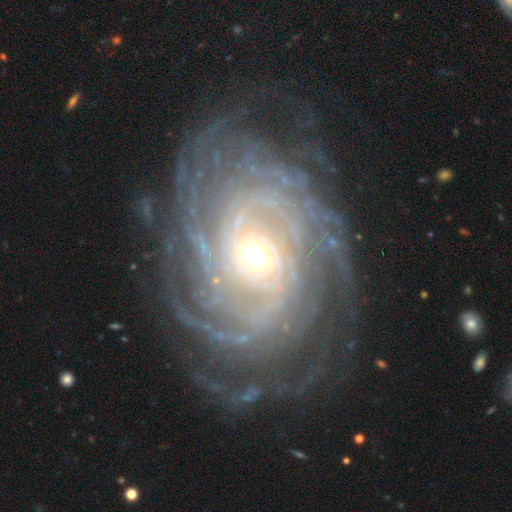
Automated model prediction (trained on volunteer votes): Q: Smooth or featured?
A: featured or disk (92%); runner-up: star or artifact (5%)
Q: Edge-on disk?
A: no (97%); runner-up: yes (3%)
Q: Bar?
A: no (42%); runner-up: weak (38%)
Q: Spiral arms?
A: yes (98%); runner-up: no (2%)
Q: Spiral winding?
A: tight (81%); runner-up: medium (15%)
Q: Spiral arm count?
A: more than 4 (29%); runner-up: can't tell (25%)
Q: Bulge size?
A: moderate (54%); runner-up: small (40%)
Q: Merging?
A: none (77%); runner-up: minor disturbance (14%)